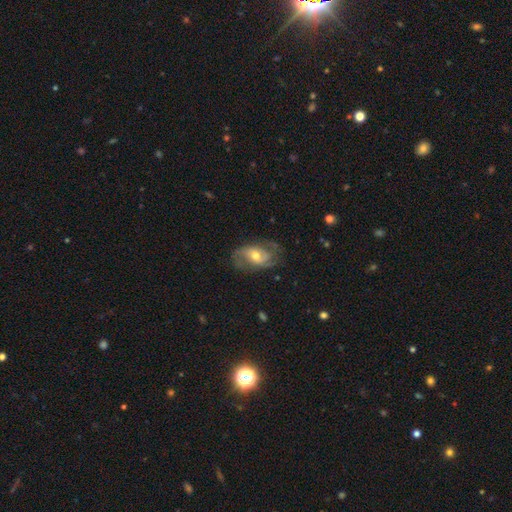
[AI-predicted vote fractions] Morphology: type=featured or disk (72%); edge-on=no (95%); bar=no (56%); spiral arms=yes (87%); winding=medium (44%); arm count=2 (60%); bulge=moderate (67%); merging=none (62%).